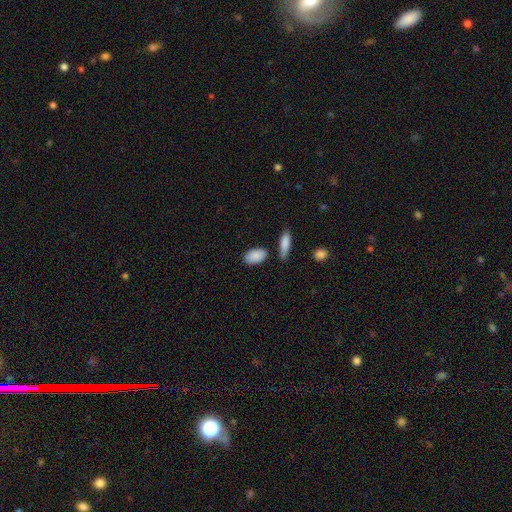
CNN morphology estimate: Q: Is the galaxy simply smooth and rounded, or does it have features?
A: smooth — 88%.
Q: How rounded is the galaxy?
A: in between — 94%.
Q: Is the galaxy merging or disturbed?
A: none — 76%.